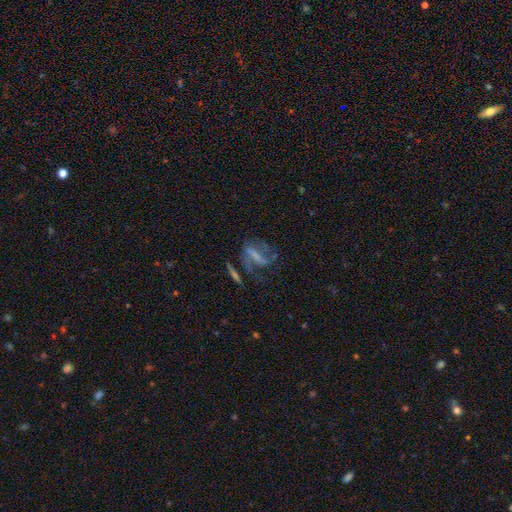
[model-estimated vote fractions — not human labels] featured or disk 62%, smooth 26%, star or artifact 12%. Down the decision tree: edge-on disk — no (90%); bar — strong (45%); spiral arms — yes (70%); bulge size — none (48%); merging — none (39%).